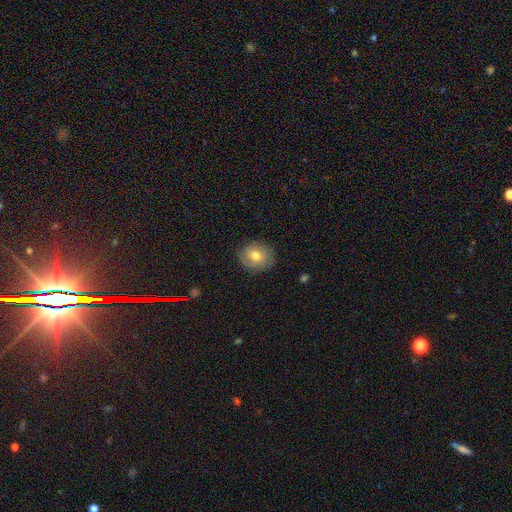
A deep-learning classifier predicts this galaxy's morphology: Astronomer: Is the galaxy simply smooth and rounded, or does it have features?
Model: smooth — 57% (runner-up: featured or disk, 34%).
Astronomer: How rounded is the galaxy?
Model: round — 71%.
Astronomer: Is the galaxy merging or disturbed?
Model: none — 78%.